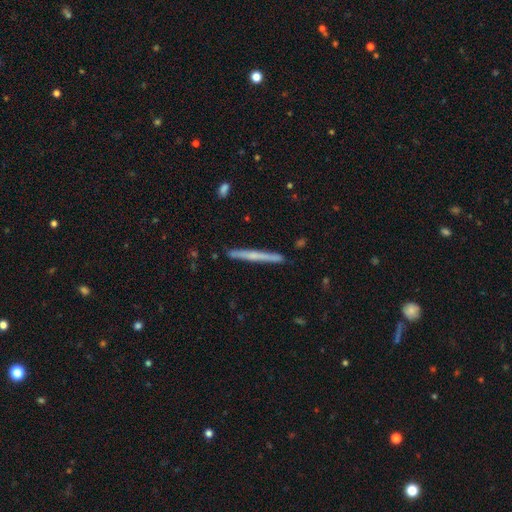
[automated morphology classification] featured or disk 50%, smooth 44%, star or artifact 6%. Down the decision tree: edge-on disk — yes (97%); merging — none (89%).